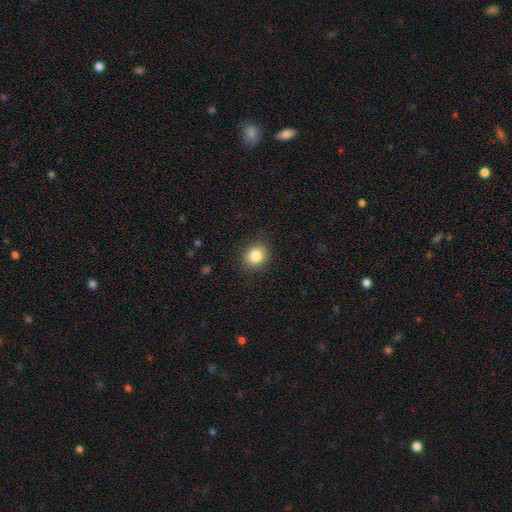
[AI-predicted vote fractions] smooth_or_featured: smooth (p=0.84) [alt: star or artifact p=0.10]
how_rounded: round (p=0.70) [alt: in between p=0.29]
merging: none (p=0.86) [alt: minor disturbance p=0.10]